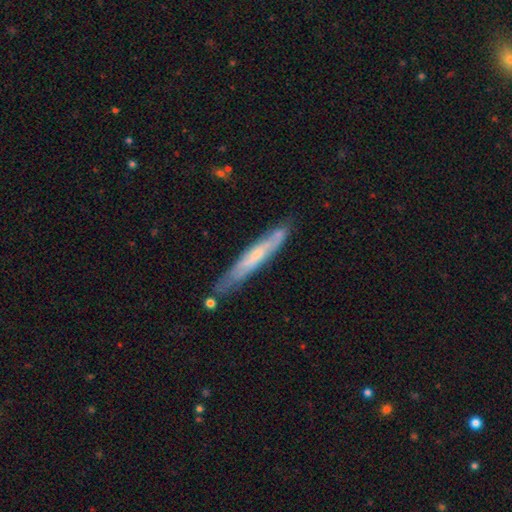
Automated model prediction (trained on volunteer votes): This is possibly a featured or disk galaxy (54%). It is likely viewed edge-on (76%). Merging: likely none (73%).